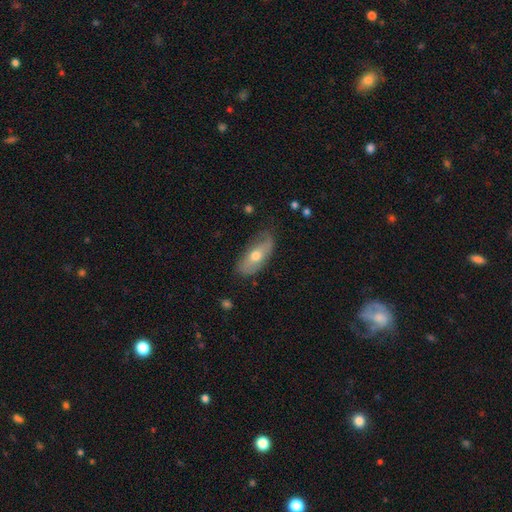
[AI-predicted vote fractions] smooth 52%, featured or disk 41%, star or artifact 7%. Down the decision tree: how rounded — in between (82%); merging — none (68%).